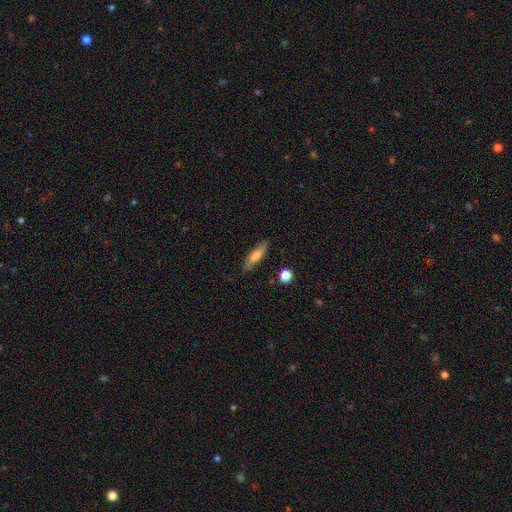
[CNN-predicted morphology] Smooth or featured: smooth — 68% (featured or disk — 24%)
How rounded: cigar-shaped — 70% (in between — 28%)
Merging: none — 81% (minor disturbance — 14%)